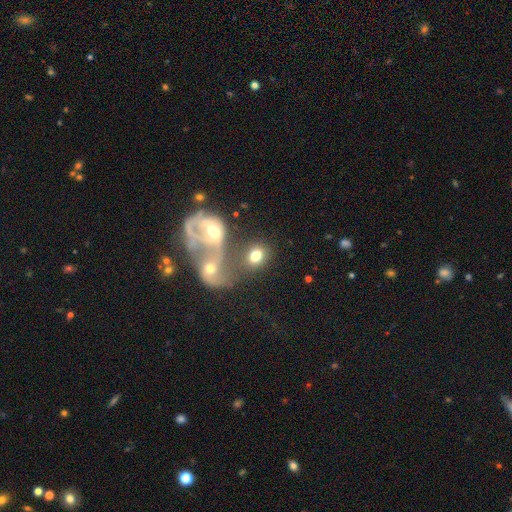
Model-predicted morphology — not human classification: smooth 67%, featured or disk 23%, star or artifact 10%. Down the decision tree: how rounded — in between (54%); merging — merger (48%).